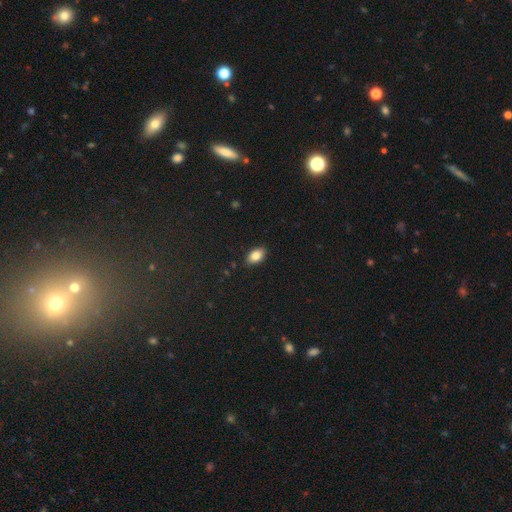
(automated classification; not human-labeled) A smooth galaxy with no disk features (84%) that is in between round and cigar-shaped (90%). Merging: none (87%).